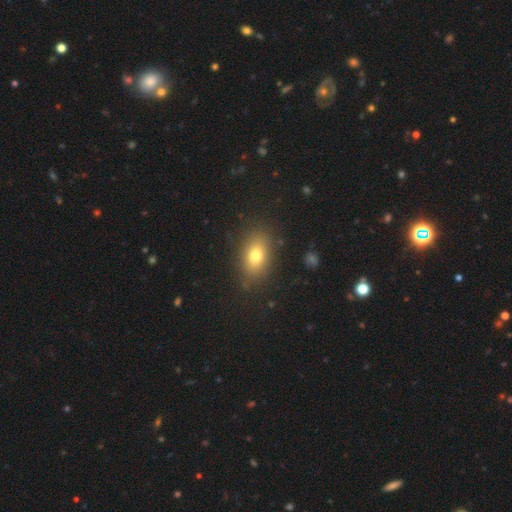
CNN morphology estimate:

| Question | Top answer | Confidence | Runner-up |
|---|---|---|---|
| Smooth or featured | smooth | 76% | featured or disk (13%) |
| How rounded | in between | 83% | round (14%) |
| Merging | none | 83% | minor disturbance (11%) |